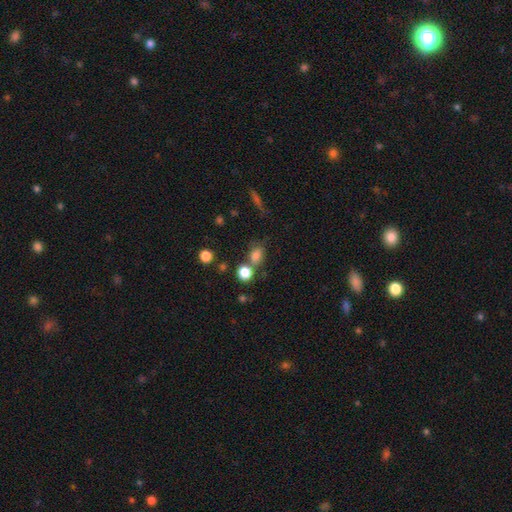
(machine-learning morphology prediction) Overall: smooth (79%). How rounded: in between (60%; round 38%). Merging: none (54%; merger 25%).